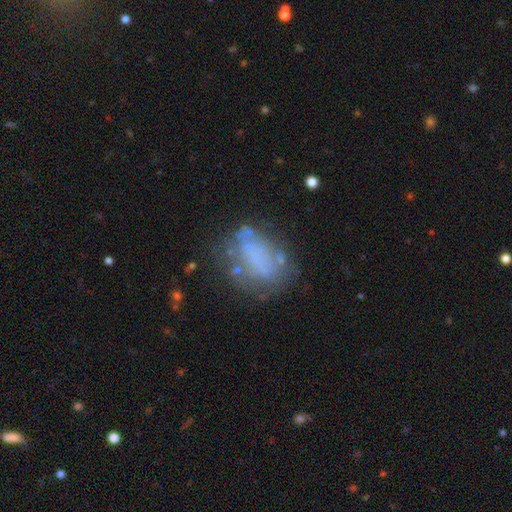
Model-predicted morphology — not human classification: type=featured or disk (43%); merging=none (48%).